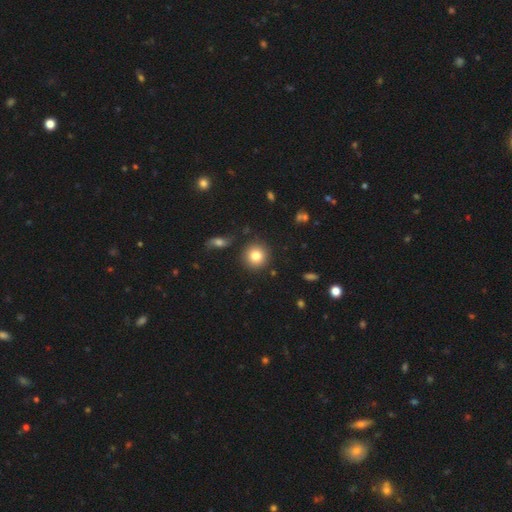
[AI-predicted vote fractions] smooth-or-featured: smooth: 81% | star or artifact: 10% | featured or disk: 9%
  how-rounded: round: 92% | in between: 7% | cigar-shaped: 1%
  merging: none: 88% | minor disturbance: 7% | merger: 3% | major disturbance: 2%